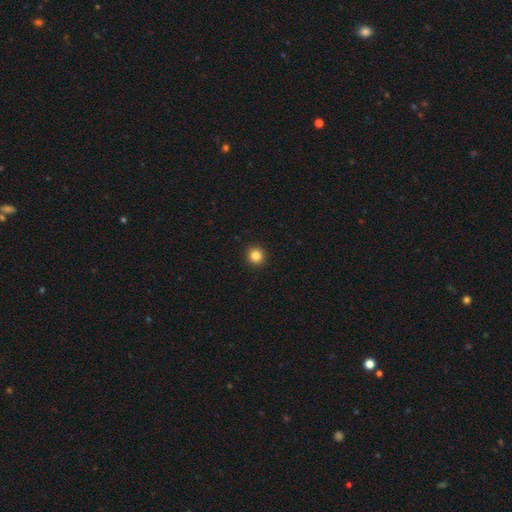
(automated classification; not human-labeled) This is clearly a smooth galaxy (84%). How rounded: clearly round (94%). Merging: clearly none (94%).